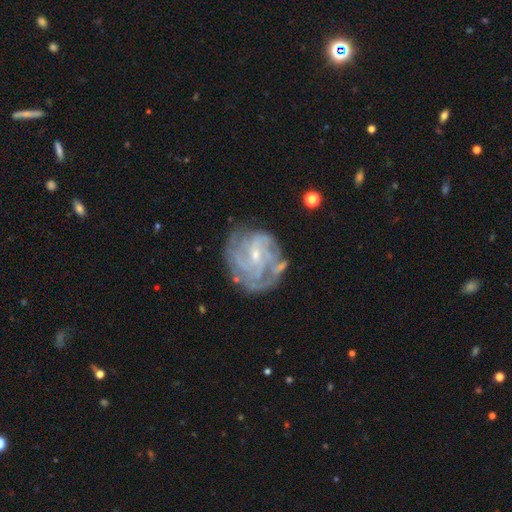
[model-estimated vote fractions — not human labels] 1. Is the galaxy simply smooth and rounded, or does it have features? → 85% featured or disk, 8% smooth, 6% star or artifact.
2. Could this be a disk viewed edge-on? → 98% no, 2% yes.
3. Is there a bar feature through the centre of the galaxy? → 46% weak, 44% no, 10% strong.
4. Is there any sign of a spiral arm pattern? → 93% yes, 7% no.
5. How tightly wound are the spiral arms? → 61% tight, 31% medium, 8% loose.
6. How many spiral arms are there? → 32% can't tell, 22% 4, 21% 3, 13% 2, 7% more than 4, 6% 1.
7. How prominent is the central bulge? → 71% small, 23% moderate, 3% none, 1% large, 1% dominant.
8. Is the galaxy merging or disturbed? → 67% none, 20% minor disturbance, 10% major disturbance, 3% merger.